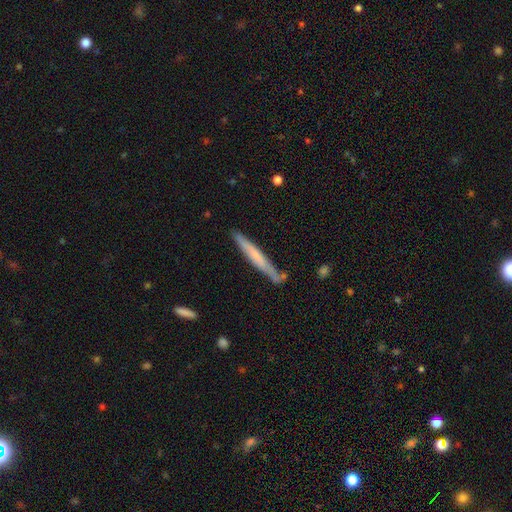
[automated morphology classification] A smooth galaxy with no disk features (51%) that is cigar-shaped (96%).

Vote fractions:
- Smooth or featured? smooth: 51% / featured or disk: 43% / star or artifact: 6%
- How rounded? cigar-shaped: 96% / in between: 3% / round: 1%
- Merging? none: 78% / minor disturbance: 15% / merger: 4% / major disturbance: 3%